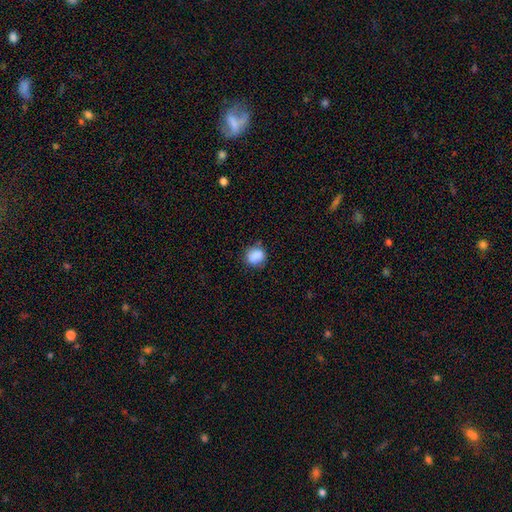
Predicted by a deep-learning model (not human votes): Smooth or featured? smooth (87%)
How rounded? round (70%)
Merging? none (75%)